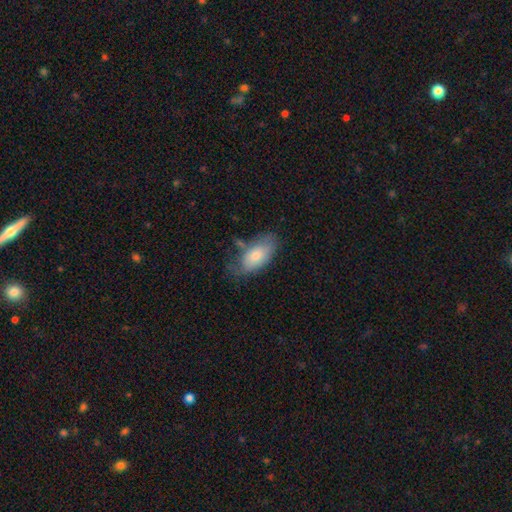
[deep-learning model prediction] A smooth galaxy with no disk features (75%) that is in between round and cigar-shaped (92%). Merging: none (51%).